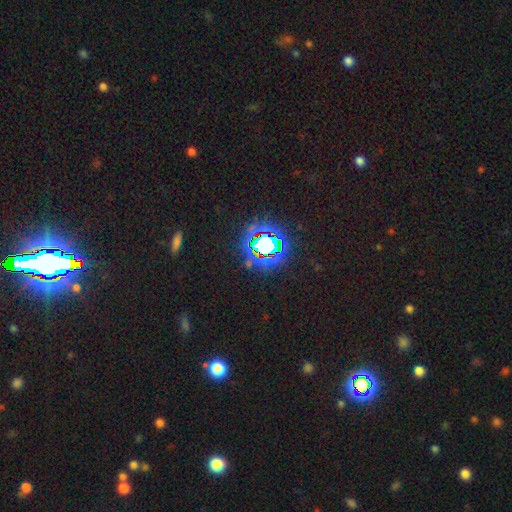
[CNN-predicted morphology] star or artifact 83%, smooth 10%, featured or disk 7%.